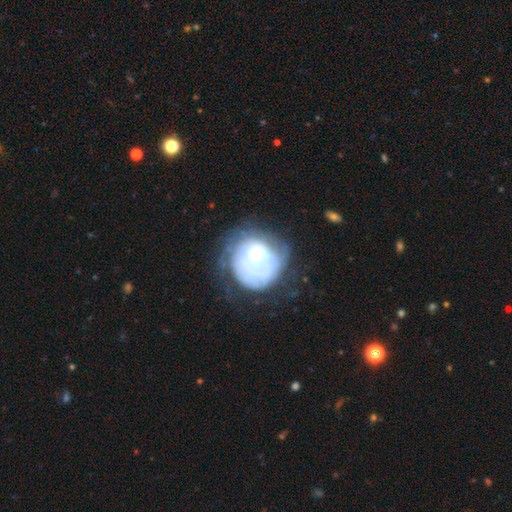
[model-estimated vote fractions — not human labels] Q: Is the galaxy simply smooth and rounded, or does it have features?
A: featured or disk — 56%.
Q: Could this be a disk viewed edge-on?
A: no — 98%.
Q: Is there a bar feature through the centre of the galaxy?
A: no — 86%.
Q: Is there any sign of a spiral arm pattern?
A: no — 56%.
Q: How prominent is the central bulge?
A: moderate — 45%.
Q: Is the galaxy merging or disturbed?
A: none — 47%.